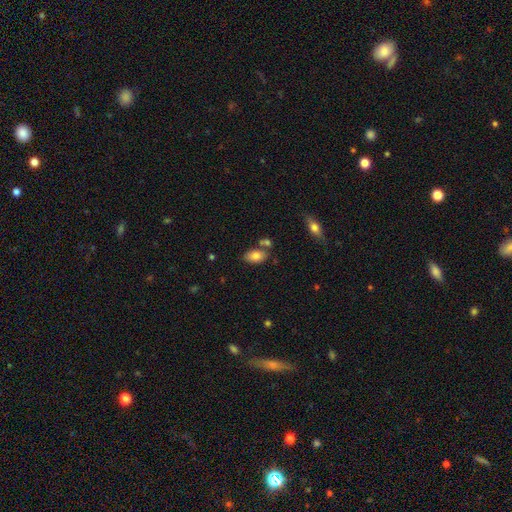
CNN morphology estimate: smooth_or_featured: smooth (p=0.81) [alt: featured or disk p=0.11]
how_rounded: in between (p=0.92) [alt: round p=0.06]
merging: none (p=0.68) [alt: merger p=0.16]